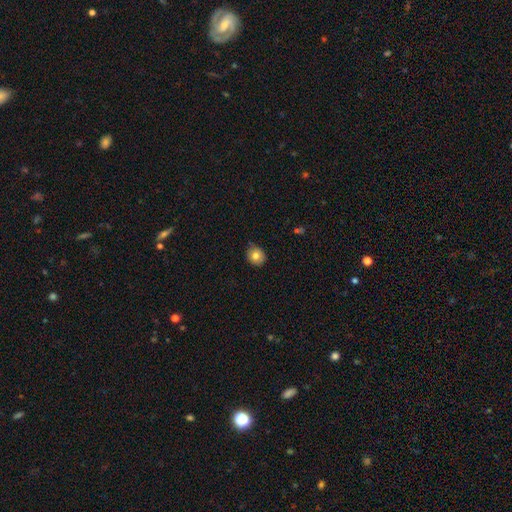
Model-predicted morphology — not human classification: A smooth galaxy with no disk features (79%) that is round (69%). Merging: none (76%).